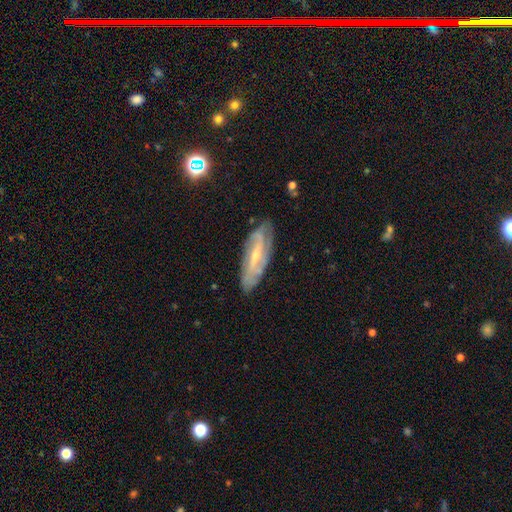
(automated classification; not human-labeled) The model was most divided on "spiral winding": tight: 41%, medium: 39%, loose: 20%. Remaining: spiral arms — yes (92%); edge-on disk — no (84%); smooth or featured — featured or disk (81%); merging — none (79%); bulge size — small (68%); spiral arm count — 2 (51%); bar — weak (42%).